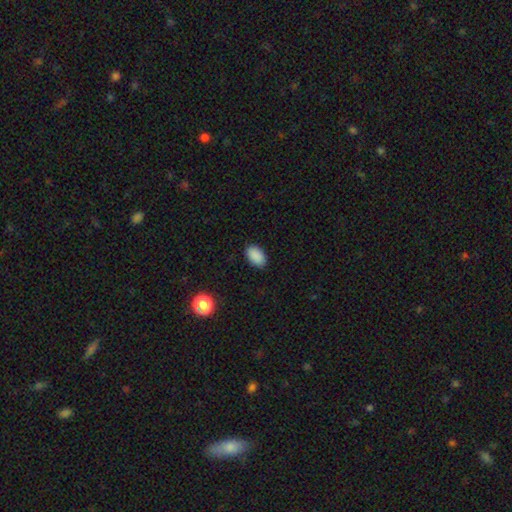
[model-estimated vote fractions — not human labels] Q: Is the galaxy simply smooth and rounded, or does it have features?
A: smooth — 89%.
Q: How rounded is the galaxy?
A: in between — 91%.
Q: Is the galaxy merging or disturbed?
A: none — 88%.